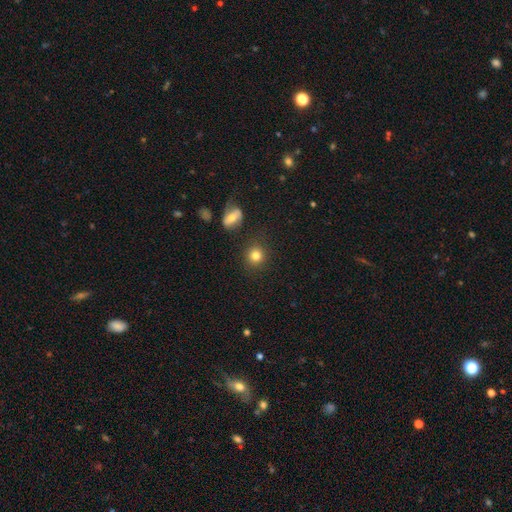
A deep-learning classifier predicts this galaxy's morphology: This is clearly a smooth galaxy (81%). How rounded: clearly round (89%). Merging: clearly none (85%).